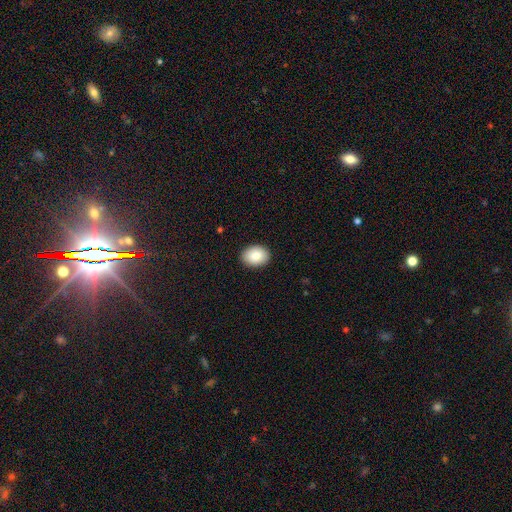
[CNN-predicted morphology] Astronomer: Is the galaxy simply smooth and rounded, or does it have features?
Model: smooth — 86%.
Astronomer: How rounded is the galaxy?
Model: in between — 70%.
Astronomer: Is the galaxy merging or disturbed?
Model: none — 90%.